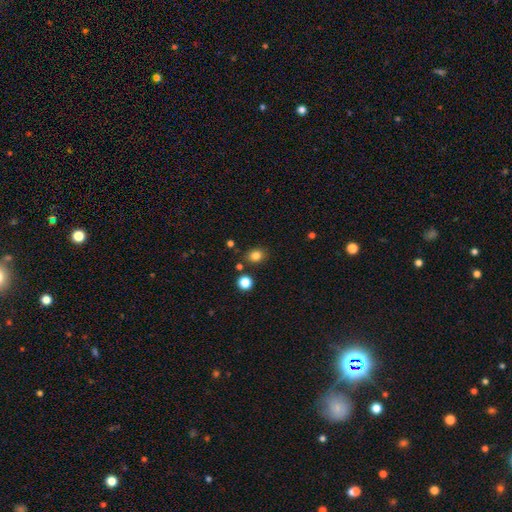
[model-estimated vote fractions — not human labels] A smooth galaxy with no disk features (82%) that is round (58%). Merging: none (83%).